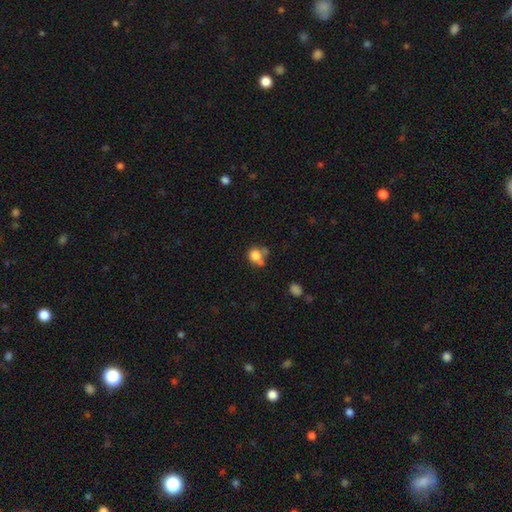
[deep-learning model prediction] Smooth or featured: smooth — 79% (star or artifact — 11%)
How rounded: round — 76% (in between — 23%)
Merging: none — 48% (merger — 25%)